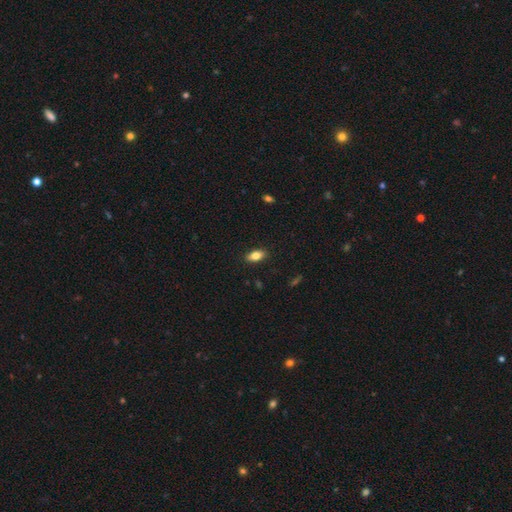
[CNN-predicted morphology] Smooth or featured?
  - smooth: 79% *
  - featured or disk: 14%
  - star or artifact: 8%
How rounded?
  - in between: 87% *
  - cigar-shaped: 9%
  - round: 4%
Merging?
  - none: 88% *
  - minor disturbance: 9%
  - major disturbance: 2%
  - merger: 1%